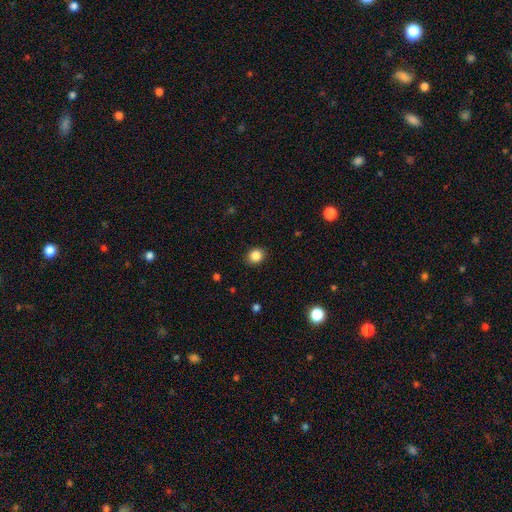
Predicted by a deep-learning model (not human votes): This is clearly a smooth galaxy (86%). How rounded: likely round (72%). Merging: clearly none (90%).